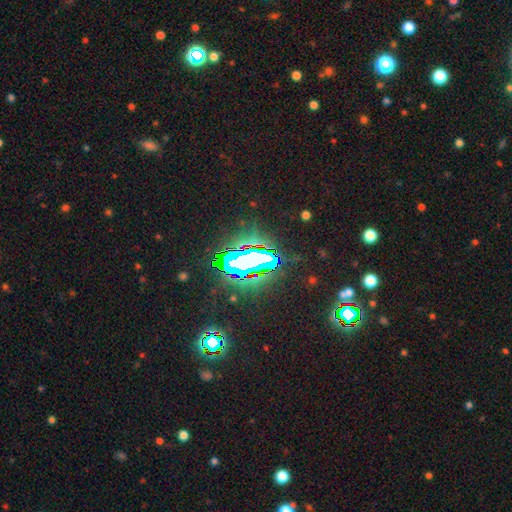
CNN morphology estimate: type=star or artifact (72%).